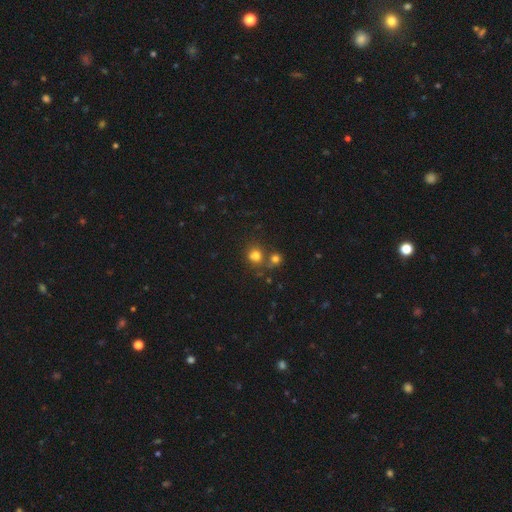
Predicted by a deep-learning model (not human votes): A smooth galaxy with no disk features (77%) that is round (81%).

Vote fractions:
- Smooth or featured? smooth: 77% / star or artifact: 15% / featured or disk: 8%
- How rounded? round: 81% / in between: 18% / cigar-shaped: 1%
- Merging? none: 56% / merger: 31% / minor disturbance: 9% / major disturbance: 4%